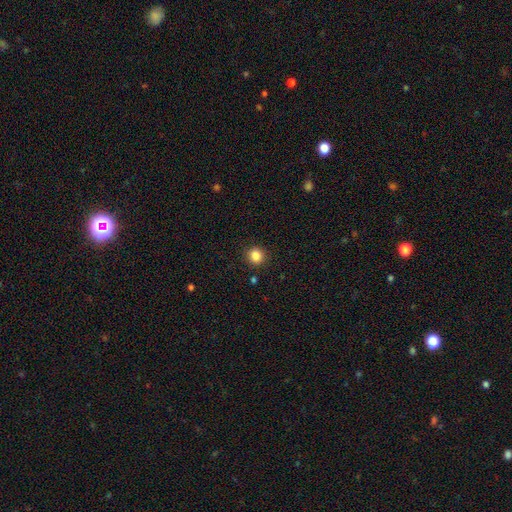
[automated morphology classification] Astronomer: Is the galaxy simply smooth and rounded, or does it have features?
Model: smooth — 85%.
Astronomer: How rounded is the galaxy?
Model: round — 91%.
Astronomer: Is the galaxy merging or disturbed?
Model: none — 91%.